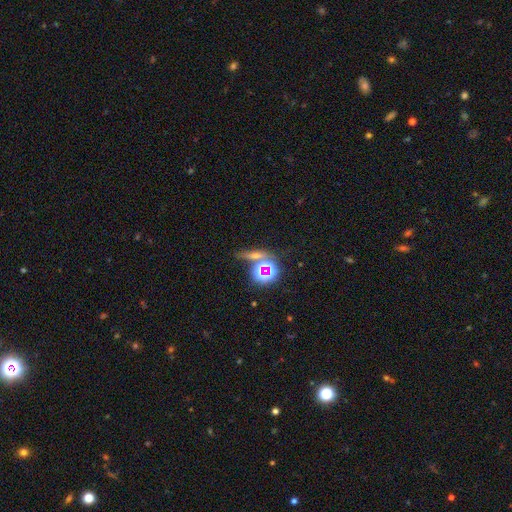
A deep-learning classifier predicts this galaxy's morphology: The model was most divided on "smooth or featured": star or artifact: 44%, smooth: 36%, featured or disk: 20%.